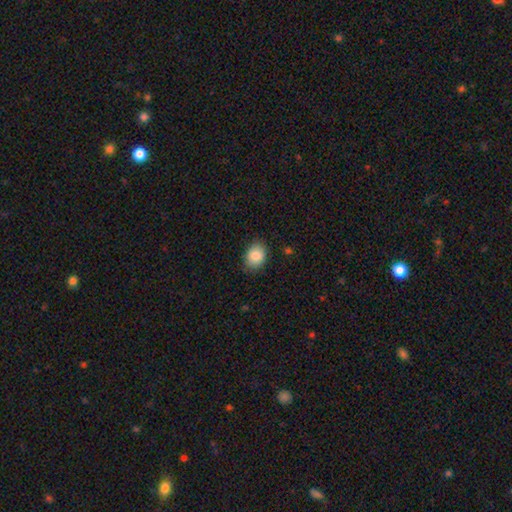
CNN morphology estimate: This is clearly a smooth galaxy (86%). How rounded: likely in between (64%). Merging: clearly none (83%).